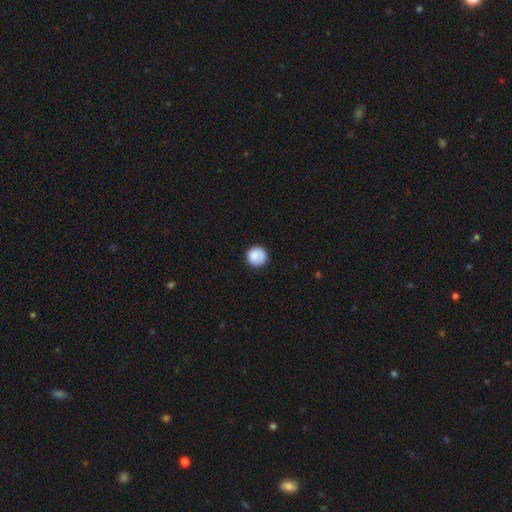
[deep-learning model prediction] Morphology: type=smooth (86%); roundness=round (94%); merging=none (84%).